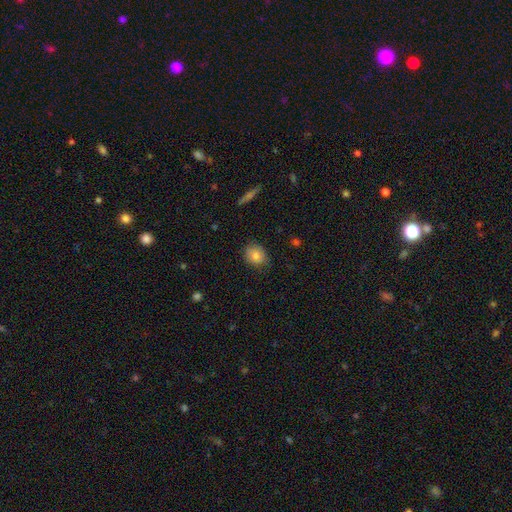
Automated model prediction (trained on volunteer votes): Smooth or featured: smooth — 80% (featured or disk — 11%)
How rounded: round — 71% (in between — 28%)
Merging: none — 82% (minor disturbance — 15%)